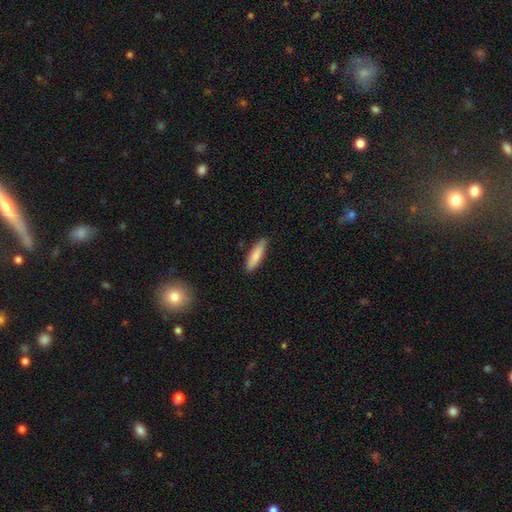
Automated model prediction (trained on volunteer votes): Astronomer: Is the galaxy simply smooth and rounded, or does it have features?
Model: smooth — 85%.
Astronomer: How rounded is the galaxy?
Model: cigar-shaped — 68%.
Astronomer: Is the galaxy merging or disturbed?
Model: none — 86%.